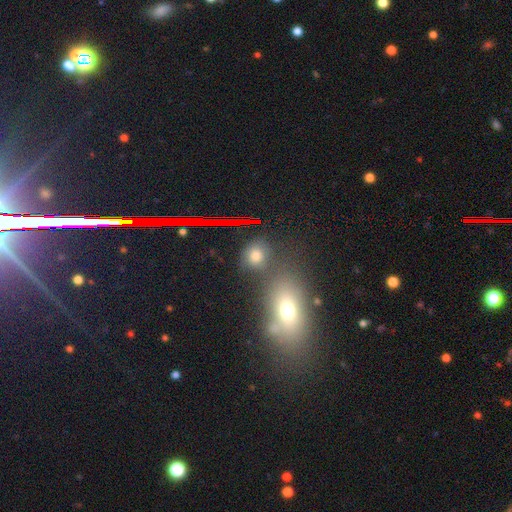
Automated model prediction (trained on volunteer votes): A smooth galaxy with no disk features (68%) that is round (65%). Merging: none (64%).